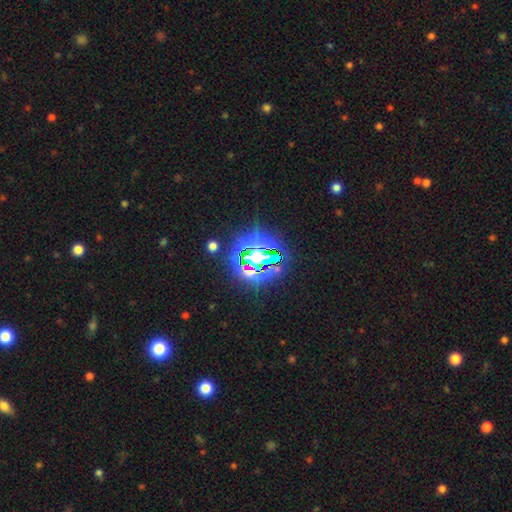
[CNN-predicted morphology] Overall: star or artifact (75%).